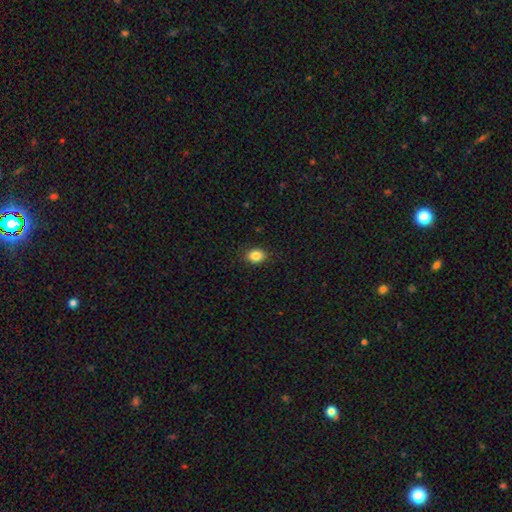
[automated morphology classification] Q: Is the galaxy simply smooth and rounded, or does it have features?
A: smooth — 85%.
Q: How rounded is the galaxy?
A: in between — 60%.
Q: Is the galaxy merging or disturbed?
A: none — 89%.